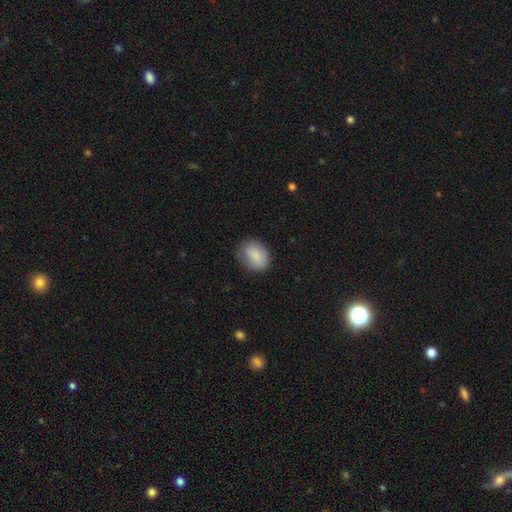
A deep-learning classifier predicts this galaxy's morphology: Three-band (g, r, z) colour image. It shows a smooth galaxy with no disk features (86%) that is in between round and cigar-shaped (66%). Merging: none (72%).